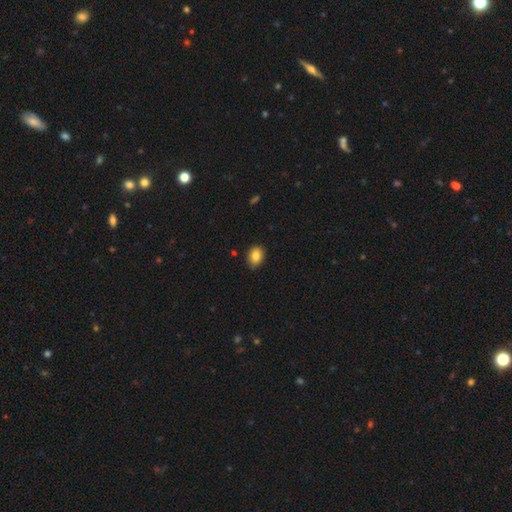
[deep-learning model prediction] Morphology: type=smooth (84%); roundness=in between (63%); merging=none (79%).